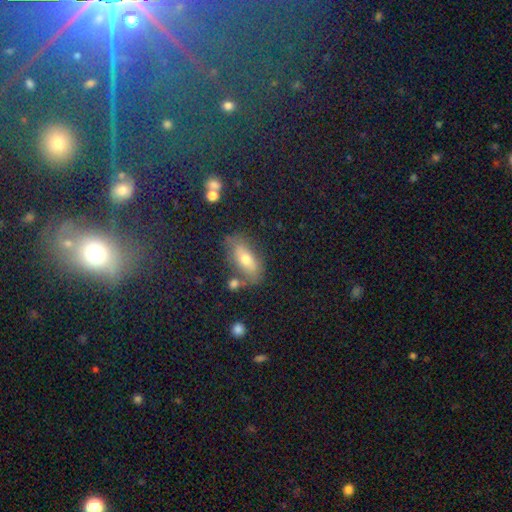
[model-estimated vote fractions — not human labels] A smooth galaxy with no disk features (47%). Merging: none (74%).